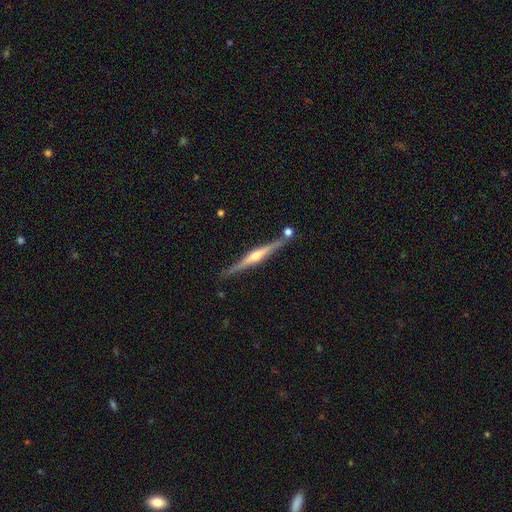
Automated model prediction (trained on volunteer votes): featured or disk 76%, smooth 18%, star or artifact 6%. Down the decision tree: edge-on disk — yes (98%); edge-on bulge — rounded (83%); merging — none (80%).